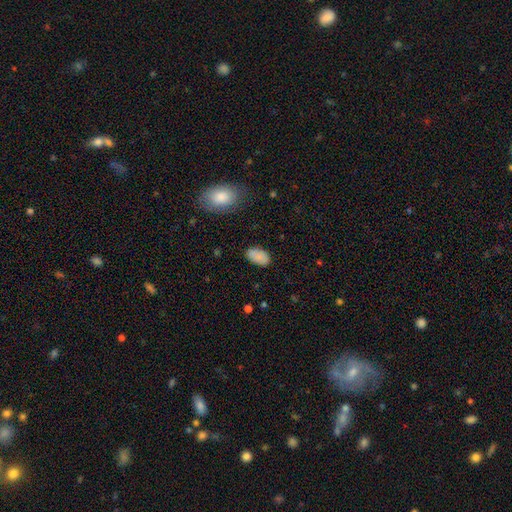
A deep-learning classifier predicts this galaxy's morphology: Smooth or featured? Predicted: smooth (p=0.85). How rounded? Predicted: in between (p=0.94). Merging? Predicted: none (p=0.80).